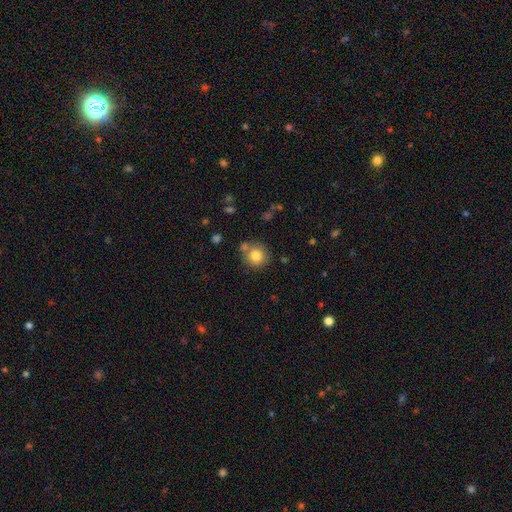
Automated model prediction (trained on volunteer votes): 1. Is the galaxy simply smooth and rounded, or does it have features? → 79% smooth, 11% star or artifact, 10% featured or disk.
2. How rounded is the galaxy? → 92% round, 7% in between, 1% cigar-shaped.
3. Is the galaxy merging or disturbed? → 74% none, 12% merger, 11% minor disturbance, 3% major disturbance.